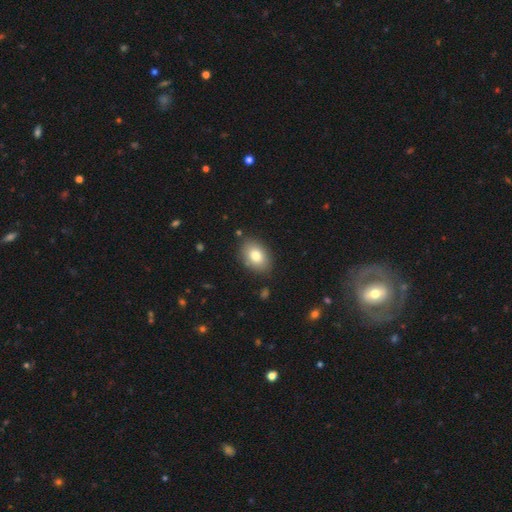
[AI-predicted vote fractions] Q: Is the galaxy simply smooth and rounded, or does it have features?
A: smooth — 81%.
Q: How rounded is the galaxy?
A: in between — 84%.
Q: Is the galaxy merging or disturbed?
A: none — 84%.